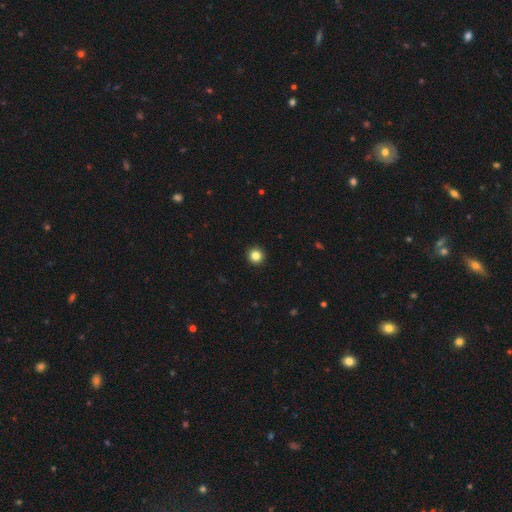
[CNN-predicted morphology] Smooth or featured?
  - smooth: 84% *
  - star or artifact: 11%
  - featured or disk: 5%
How rounded?
  - round: 96% *
  - in between: 3%
  - cigar-shaped: 1%
Merging?
  - none: 94% *
  - minor disturbance: 4%
  - major disturbance: 1%
  - merger: 1%